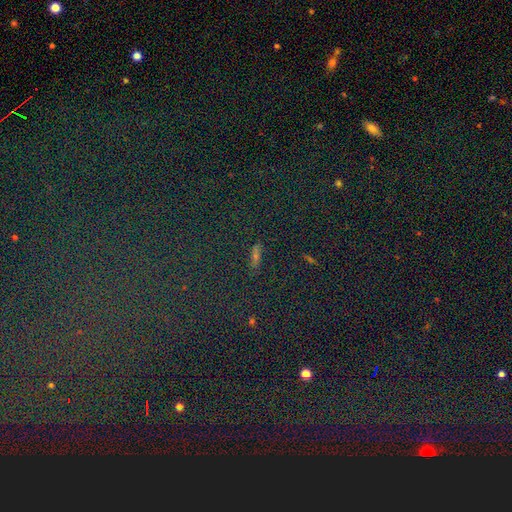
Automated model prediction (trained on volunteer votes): Morphology: type=smooth (44%); merging=none (82%).